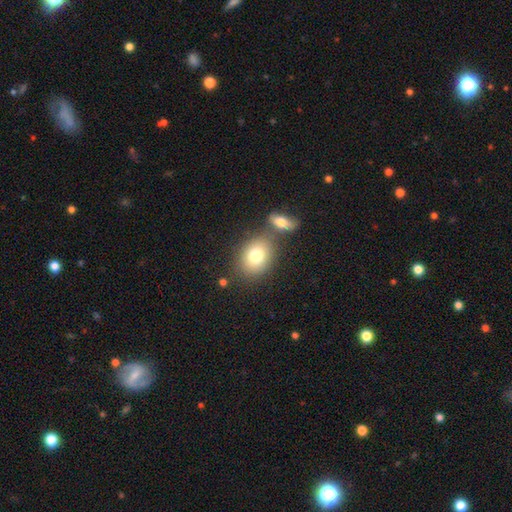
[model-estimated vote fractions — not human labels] Smooth or featured? Predicted: smooth (p=0.78). How rounded? Predicted: in between (p=0.63). Merging? Predicted: none (p=0.63).